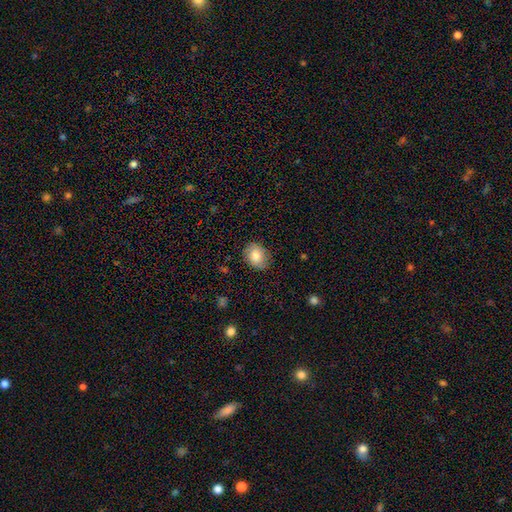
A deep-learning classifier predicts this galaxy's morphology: This appears to be a smooth galaxy with no disk features (82%) that is in between round and cigar-shaped (52%). Merging: none (82%).